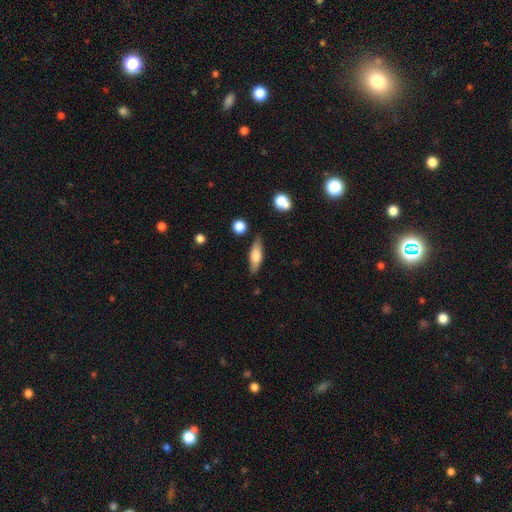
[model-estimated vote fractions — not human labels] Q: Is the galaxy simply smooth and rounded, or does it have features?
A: smooth — 61%.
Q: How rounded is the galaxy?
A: in between — 54%.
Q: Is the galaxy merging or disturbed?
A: none — 82%.